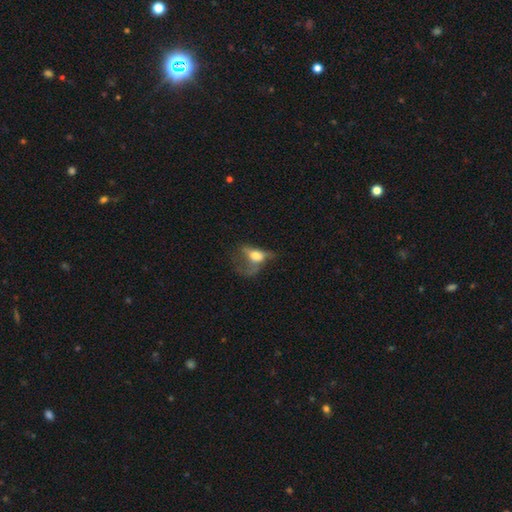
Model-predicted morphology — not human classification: smooth-or-featured: smooth: 48% | featured or disk: 41% | star or artifact: 10%
  merging: major disturbance: 58% | none: 21% | minor disturbance: 16% | merger: 5%